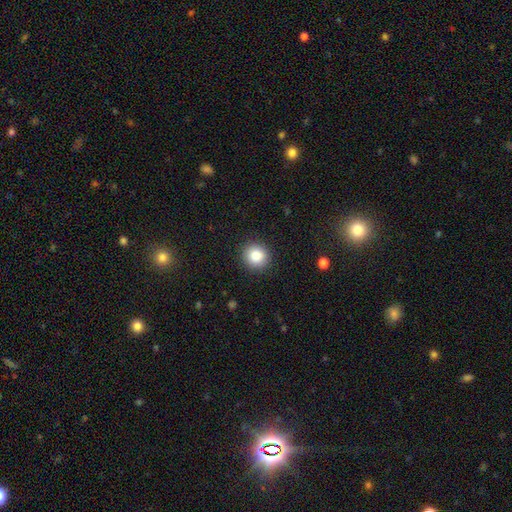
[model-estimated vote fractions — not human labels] A smooth galaxy with no disk features (85%) that is round (91%). Merging: none (91%).